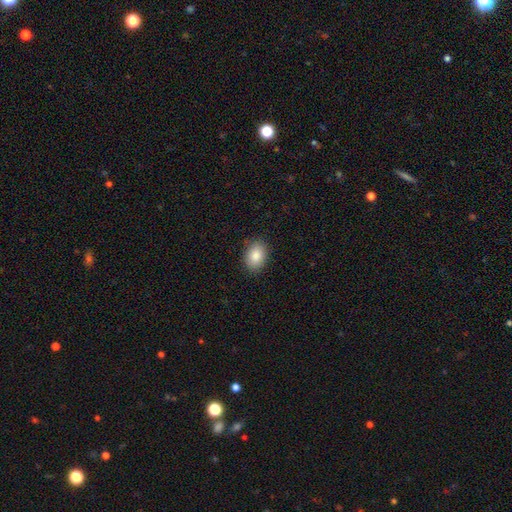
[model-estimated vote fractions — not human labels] Overall: smooth (86%). How rounded: in between (77%). Merging: none (87%).